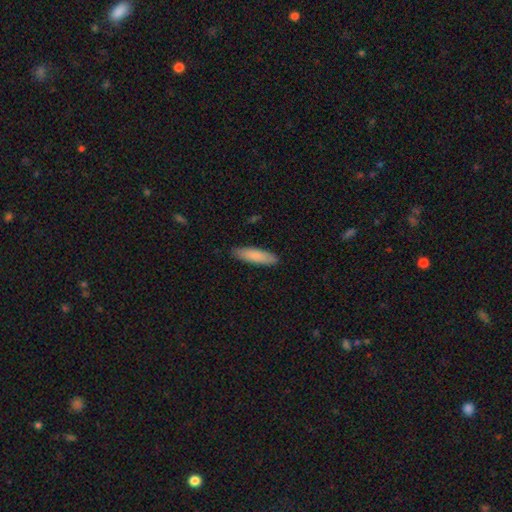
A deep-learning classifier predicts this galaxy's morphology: The model was most divided on "how rounded": cigar-shaped: 64%, in between: 34%, round: 1%. More confident: merging — none (88%); smooth or featured — smooth (85%).